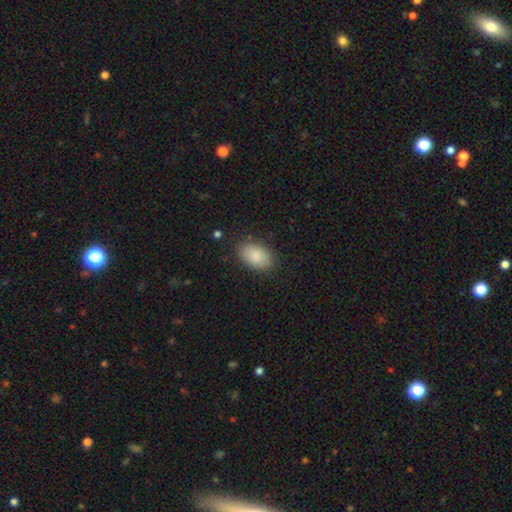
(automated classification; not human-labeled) The model was most divided on "merging": none: 84%, minor disturbance: 12%, major disturbance: 3%, merger: 1%. More confident: how rounded — in between (92%); smooth or featured — smooth (87%).